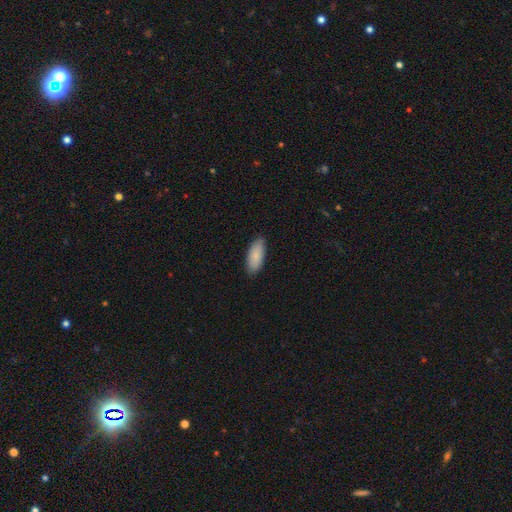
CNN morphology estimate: This appears to be a smooth galaxy with no disk features (88%) that is in between round and cigar-shaped (83%). Merging: none (86%).